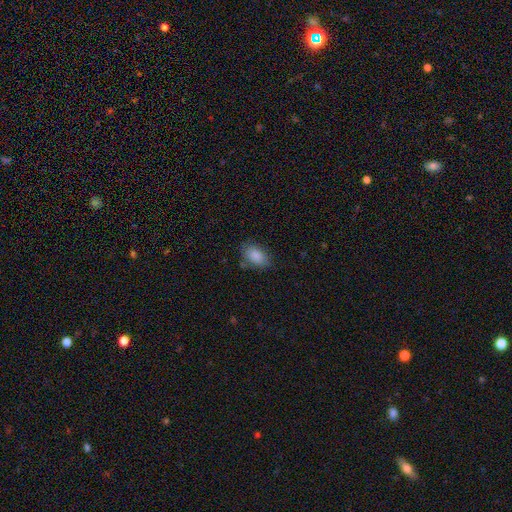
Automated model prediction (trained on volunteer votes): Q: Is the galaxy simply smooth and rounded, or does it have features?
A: smooth — 87%.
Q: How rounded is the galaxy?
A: in between — 91%.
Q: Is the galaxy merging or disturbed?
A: none — 76%.